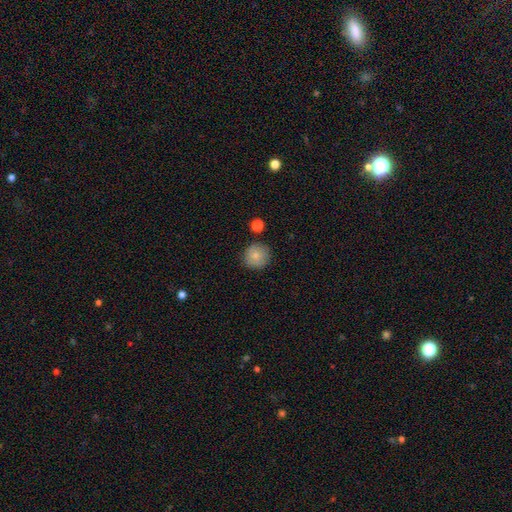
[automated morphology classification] Q: Smooth or featured?
A: smooth (80%); runner-up: featured or disk (12%)
Q: How rounded?
A: round (93%); runner-up: in between (6%)
Q: Merging?
A: none (84%); runner-up: minor disturbance (11%)